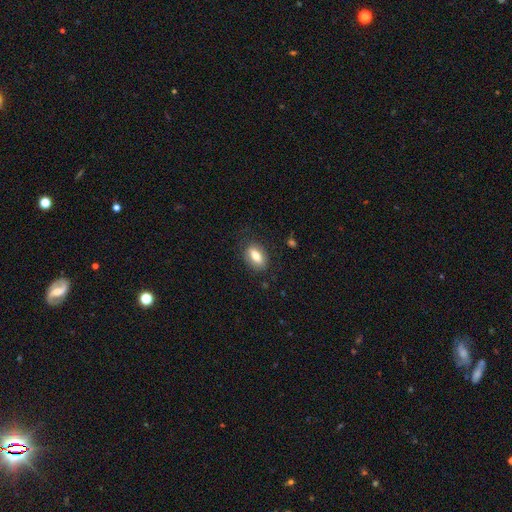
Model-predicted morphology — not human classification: type=smooth (76%); roundness=in between (85%); merging=none (80%).